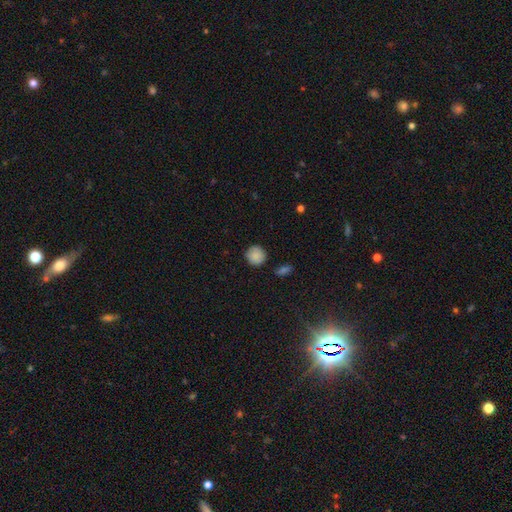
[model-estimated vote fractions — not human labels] A smooth galaxy with no disk features (87%) that is round (92%).

Vote fractions:
- Smooth or featured? smooth: 87% / star or artifact: 8% / featured or disk: 5%
- How rounded? round: 92% / in between: 7% / cigar-shaped: 1%
- Merging? none: 85% / minor disturbance: 11% / merger: 2% / major disturbance: 2%